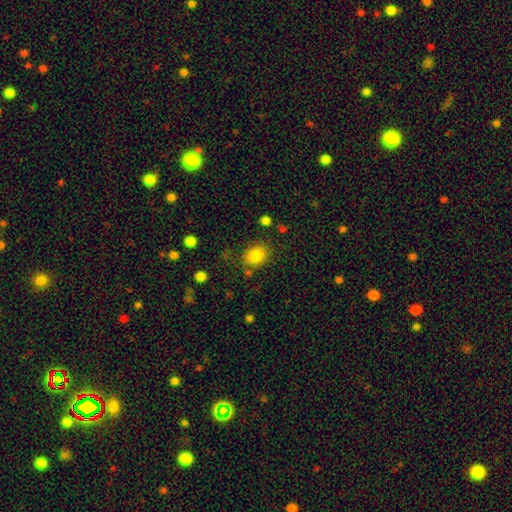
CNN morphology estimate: Smooth or featured? smooth (84%)
How rounded? in between (53%)
Merging? none (77%)